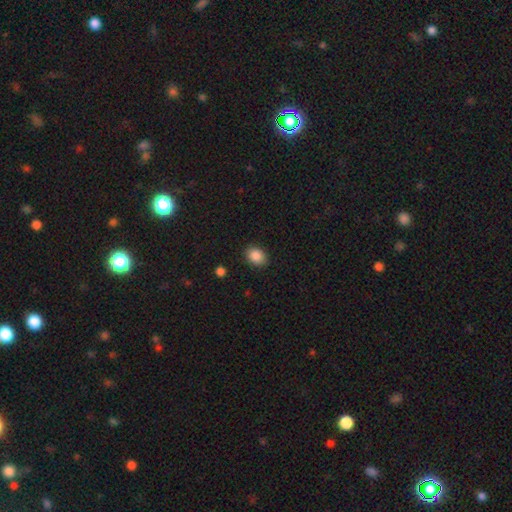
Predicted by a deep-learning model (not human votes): smooth 88%, star or artifact 8%, featured or disk 4%. Down the decision tree: how rounded — in between (64%); merging — none (88%).